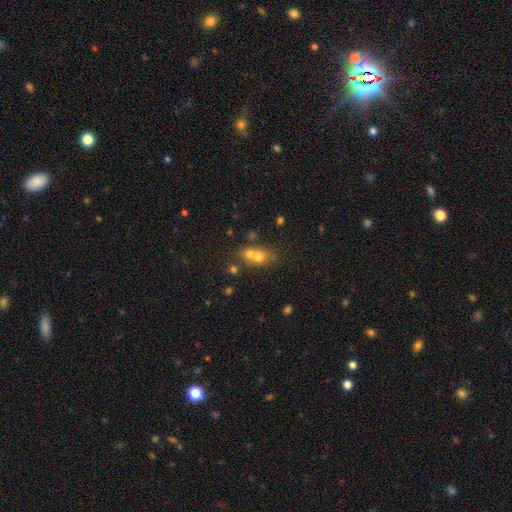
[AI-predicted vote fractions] Smooth or featured? smooth (64%)
How rounded? round (57%)
Merging? merger (57%)